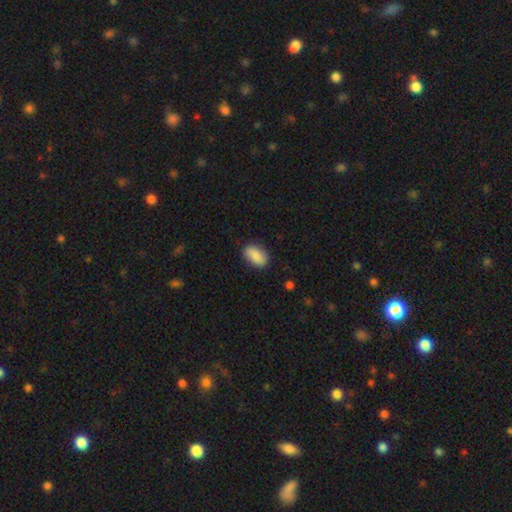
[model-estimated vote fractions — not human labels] A smooth galaxy with no disk features (87%) that is in between round and cigar-shaped (91%).

Vote fractions:
- Smooth or featured? smooth: 87% / star or artifact: 7% / featured or disk: 6%
- How rounded? in between: 91% / round: 6% / cigar-shaped: 3%
- Merging? none: 82% / minor disturbance: 14% / major disturbance: 3% / merger: 1%